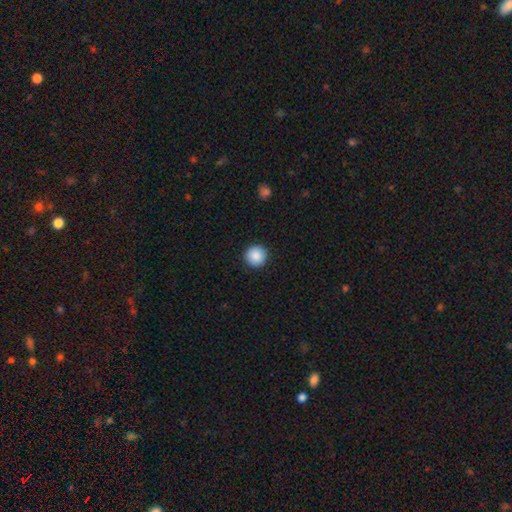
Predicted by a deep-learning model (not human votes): A smooth galaxy with no disk features (88%) that is round (96%). Merging: none (93%).